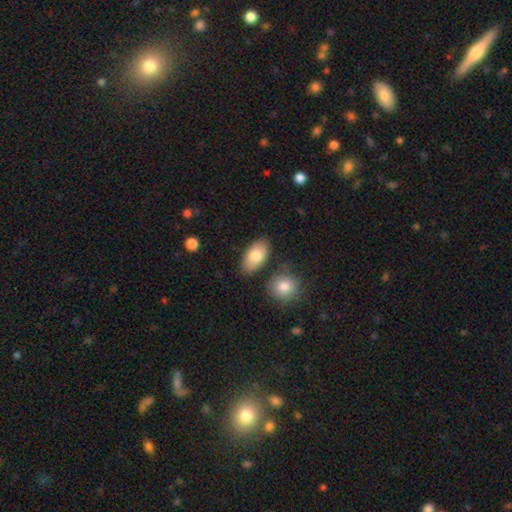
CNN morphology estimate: A smooth galaxy with no disk features (81%) that is in between round and cigar-shaped (93%). Merging: none (78%).